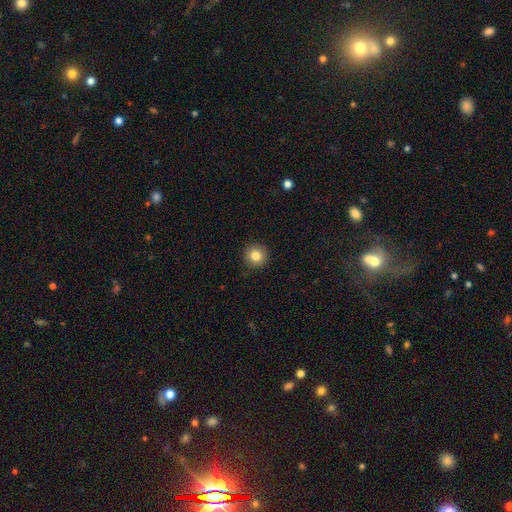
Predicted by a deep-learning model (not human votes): This is clearly a smooth galaxy (83%). How rounded: clearly round (95%). Merging: clearly none (92%).